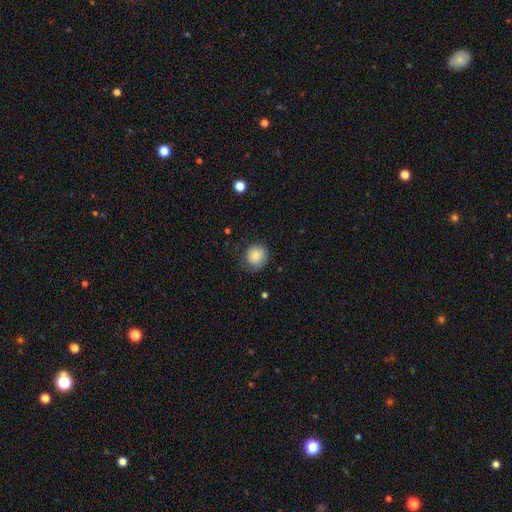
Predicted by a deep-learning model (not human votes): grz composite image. It shows a smooth galaxy with no disk features (83%) that is round (86%). Merging: none (76%).